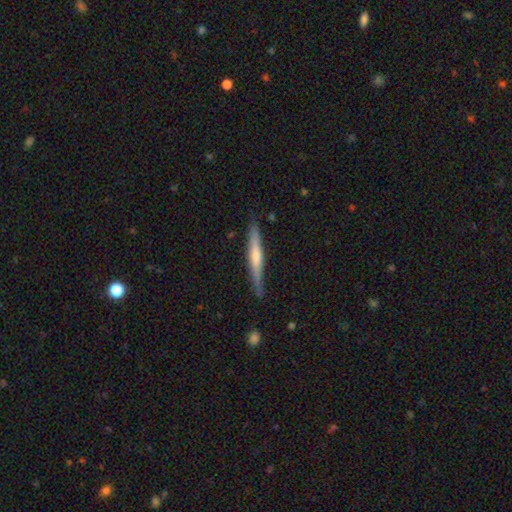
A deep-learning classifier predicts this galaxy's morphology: Smooth or featured: featured or disk — 52% (smooth — 43%)
Edge-on disk: yes — 95% (no — 5%)
Merging: none — 83% (minor disturbance — 13%)